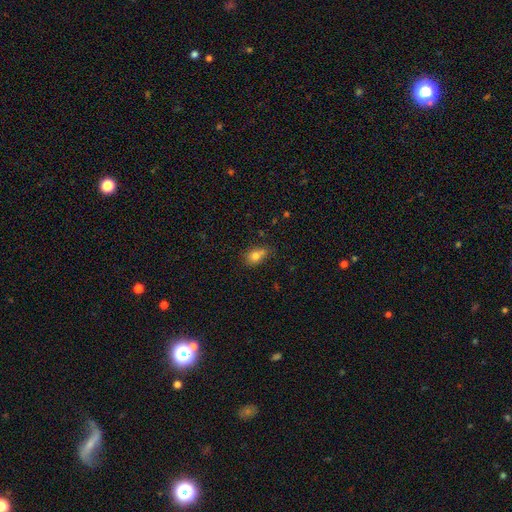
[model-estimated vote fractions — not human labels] This is likely a smooth galaxy (78%). How rounded: likely in between (66%). Merging: possibly none (56%).